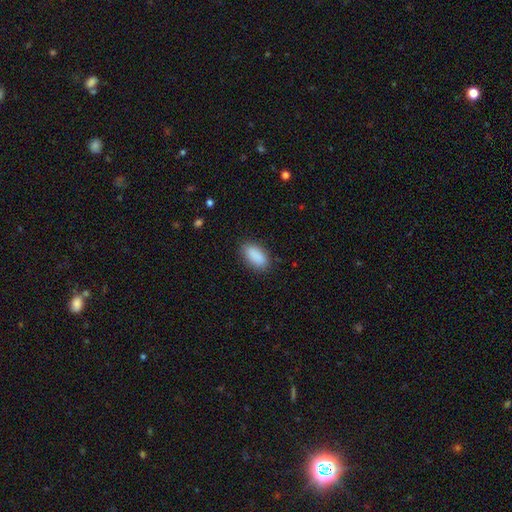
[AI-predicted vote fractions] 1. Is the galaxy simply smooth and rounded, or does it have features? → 89% smooth, 7% star or artifact, 4% featured or disk.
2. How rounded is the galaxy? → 90% in between, 7% cigar-shaped, 3% round.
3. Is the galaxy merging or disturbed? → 85% none, 12% minor disturbance, 3% major disturbance, 1% merger.